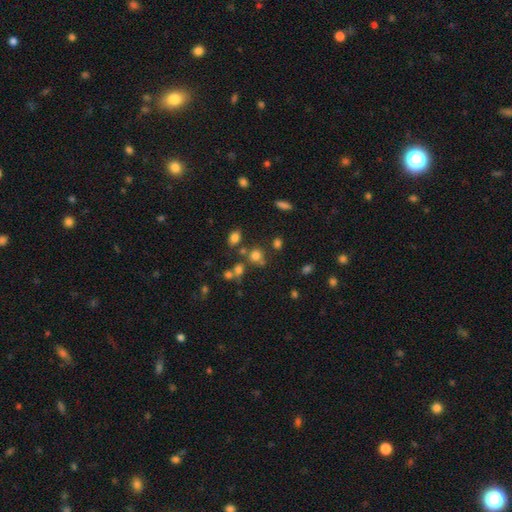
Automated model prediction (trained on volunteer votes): This is likely a smooth galaxy (70%). How rounded: likely round (80%). Merging: likely none (61%).